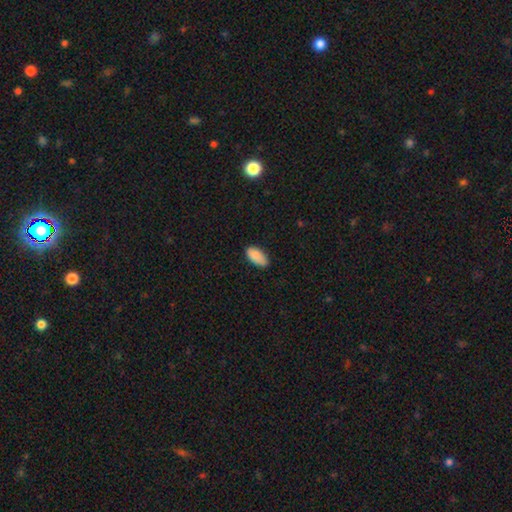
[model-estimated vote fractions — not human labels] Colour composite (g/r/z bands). It shows a smooth galaxy with no disk features (89%) that is in between round and cigar-shaped (93%). Merging: none (80%).